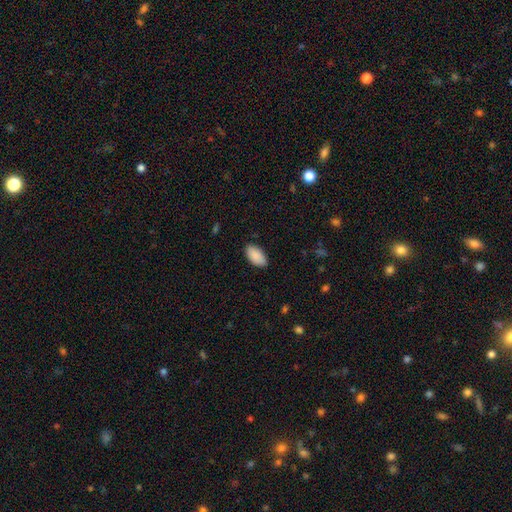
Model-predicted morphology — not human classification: Smooth or featured? Predicted: smooth (p=0.91). How rounded? Predicted: in between (p=0.96). Merging? Predicted: none (p=0.87).